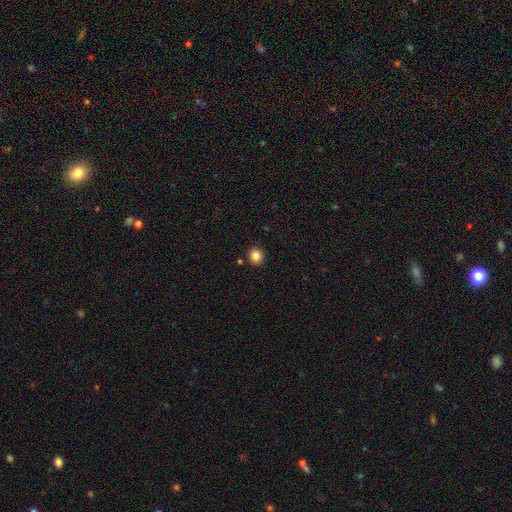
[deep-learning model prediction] The model was most divided on "smooth or featured": smooth: 85%, star or artifact: 11%, featured or disk: 4%. More confident: merging — none (90%); how rounded — round (88%).